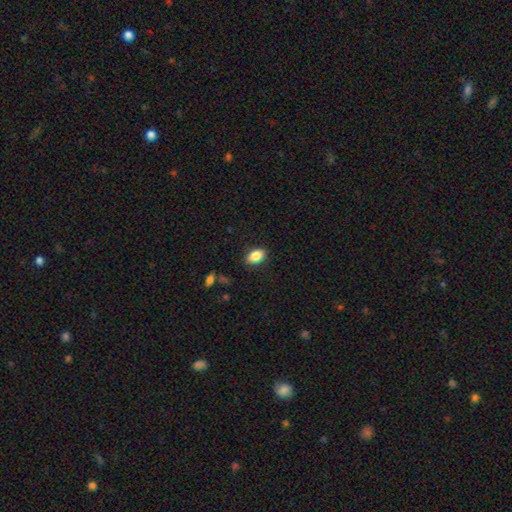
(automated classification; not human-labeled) Smooth or featured? Predicted: smooth (p=0.85). How rounded? Predicted: in between (p=0.87). Merging? Predicted: none (p=0.86).